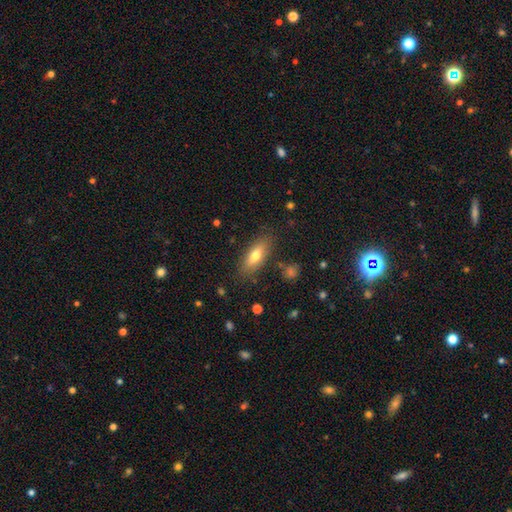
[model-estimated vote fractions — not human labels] smooth_or_featured: smooth (p=0.68) [alt: featured or disk p=0.24]
how_rounded: in between (p=0.68) [alt: cigar-shaped p=0.29]
merging: none (p=0.83) [alt: minor disturbance p=0.11]